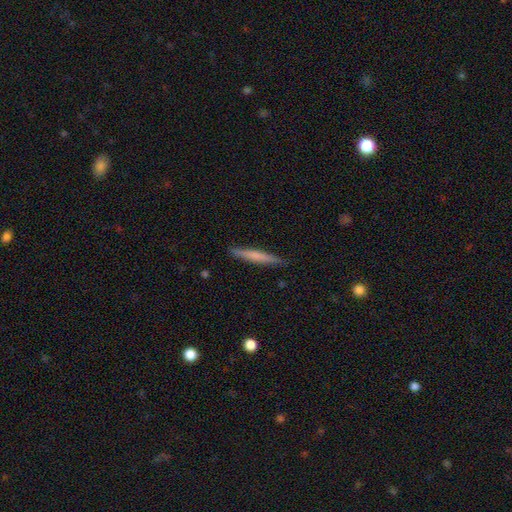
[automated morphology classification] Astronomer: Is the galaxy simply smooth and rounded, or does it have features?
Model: smooth — 62%.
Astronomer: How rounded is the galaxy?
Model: cigar-shaped — 95%.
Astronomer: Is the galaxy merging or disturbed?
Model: none — 89%.